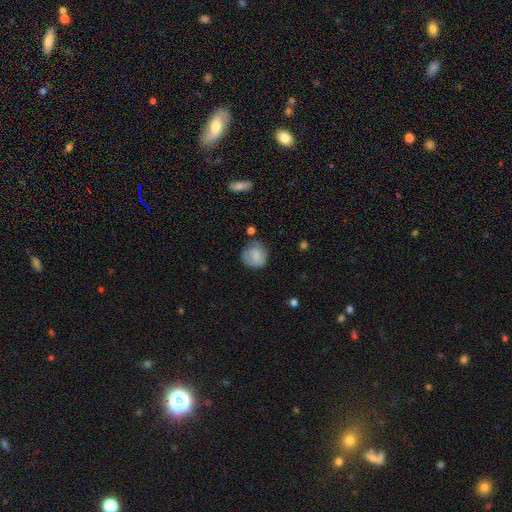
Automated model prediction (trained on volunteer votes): smooth 76%, featured or disk 16%, star or artifact 8%. Down the decision tree: how rounded — round (83%); merging — none (66%).